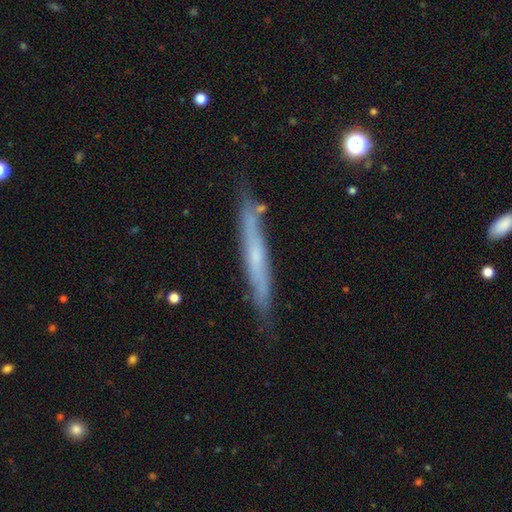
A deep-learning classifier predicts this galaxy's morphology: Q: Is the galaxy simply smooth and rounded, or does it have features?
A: featured or disk — 59%.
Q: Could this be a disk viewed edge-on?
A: yes — 90%.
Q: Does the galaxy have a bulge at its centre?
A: none — 60%.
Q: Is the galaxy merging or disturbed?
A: none — 81%.